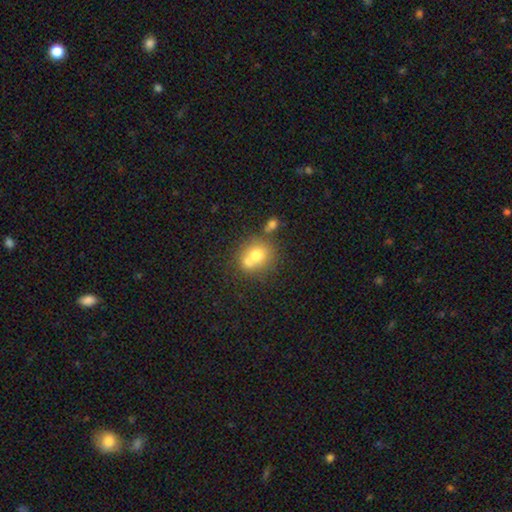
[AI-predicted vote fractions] Morphology: type=smooth (69%); roundness=round (75%); merging=merger (48%).